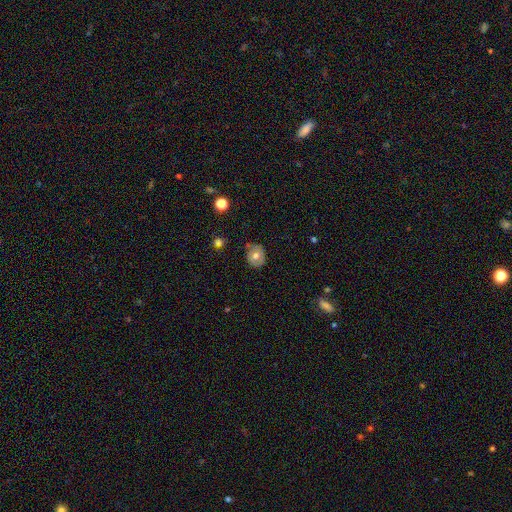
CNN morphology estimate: type=smooth (61%); roundness=round (65%); merging=none (78%).